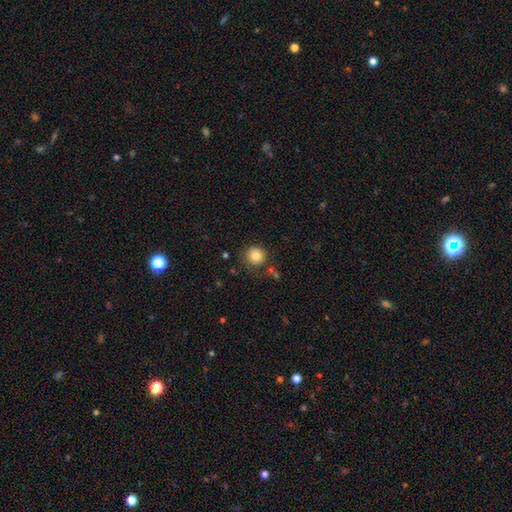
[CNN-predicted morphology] A smooth galaxy with no disk features (84%) that is round (94%).

Vote fractions:
- Smooth or featured? smooth: 84% / star or artifact: 10% / featured or disk: 6%
- How rounded? round: 94% / in between: 5% / cigar-shaped: 1%
- Merging? none: 81% / minor disturbance: 11% / major disturbance: 4% / merger: 4%